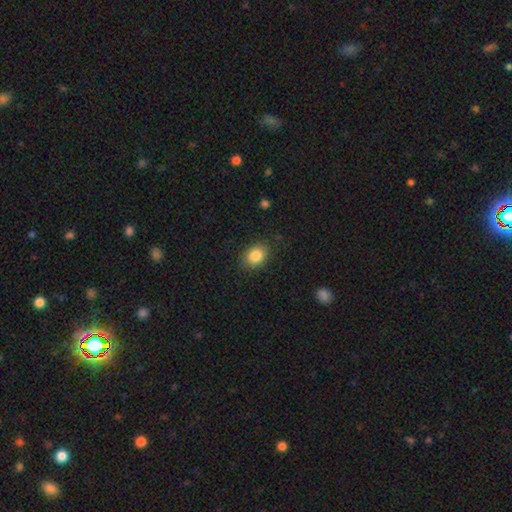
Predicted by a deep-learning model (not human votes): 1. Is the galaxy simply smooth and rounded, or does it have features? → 84% smooth, 9% star or artifact, 7% featured or disk.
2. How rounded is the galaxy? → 67% in between, 32% round, 1% cigar-shaped.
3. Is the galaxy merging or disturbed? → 85% none, 11% minor disturbance, 3% major disturbance, 1% merger.